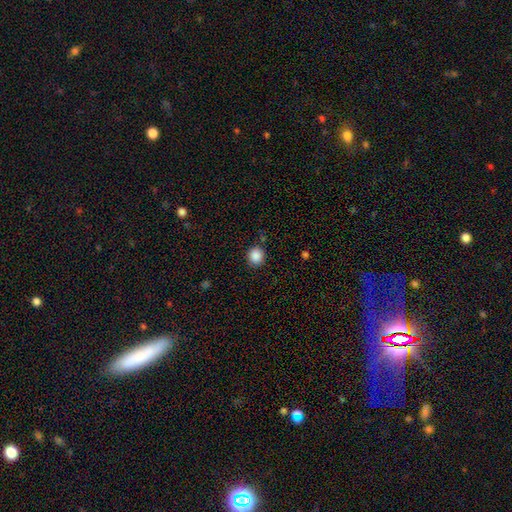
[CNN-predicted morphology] Smooth or featured?
  - smooth: 87% *
  - star or artifact: 10%
  - featured or disk: 3%
How rounded?
  - round: 89% *
  - in between: 10%
  - cigar-shaped: 1%
Merging?
  - none: 87% *
  - minor disturbance: 9%
  - major disturbance: 3%
  - merger: 2%